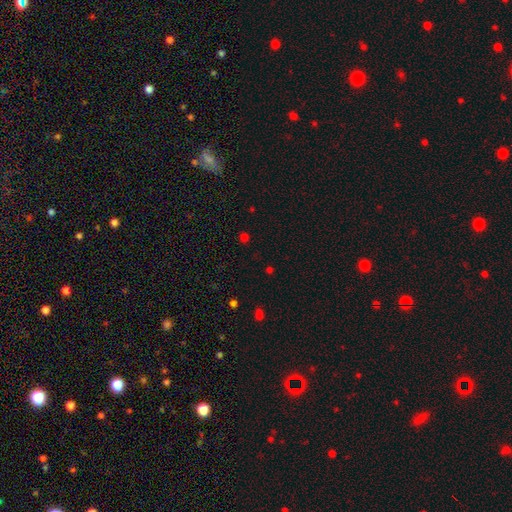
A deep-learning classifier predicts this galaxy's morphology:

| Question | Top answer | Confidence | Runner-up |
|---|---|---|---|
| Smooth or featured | smooth | 49% | star or artifact (46%) |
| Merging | none | 84% | minor disturbance (9%) |